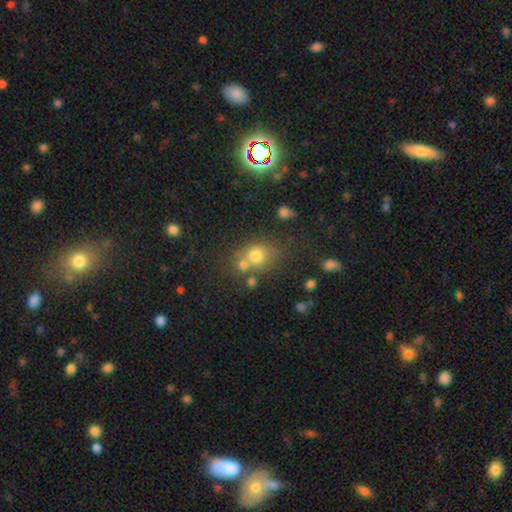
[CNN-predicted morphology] type=smooth (72%); roundness=round (65%); merging=none (55%).